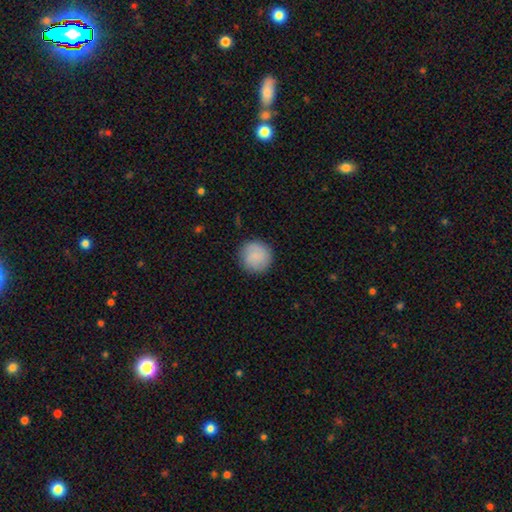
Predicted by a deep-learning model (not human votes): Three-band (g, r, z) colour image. It shows a smooth galaxy with no disk features (87%) that is round (94%). Merging: none (89%).